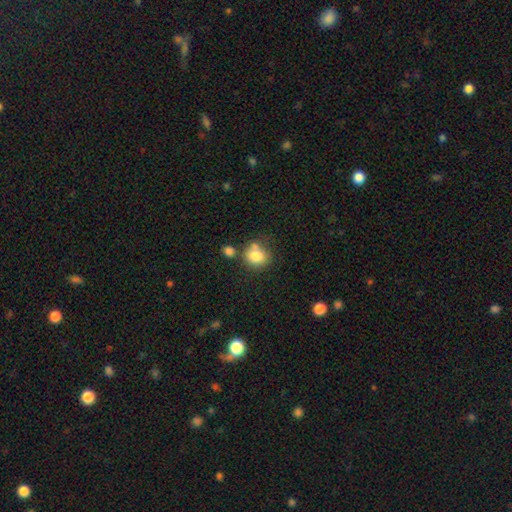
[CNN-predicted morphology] A smooth galaxy with no disk features (81%) that is round (68%).

Vote fractions:
- Smooth or featured? smooth: 81% / featured or disk: 10% / star or artifact: 10%
- How rounded? round: 68% / in between: 31% / cigar-shaped: 1%
- Merging? none: 52% / merger: 24% / minor disturbance: 17% / major disturbance: 6%